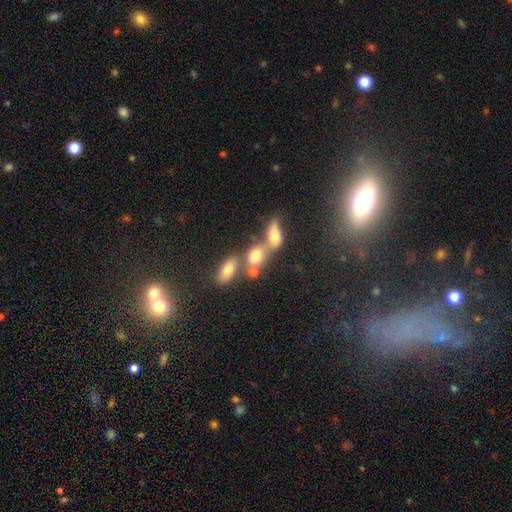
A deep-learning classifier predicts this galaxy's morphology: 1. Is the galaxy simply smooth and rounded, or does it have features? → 63% smooth, 19% star or artifact, 18% featured or disk.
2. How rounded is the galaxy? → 70% in between, 21% round, 8% cigar-shaped.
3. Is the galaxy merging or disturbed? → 48% merger, 36% none, 10% minor disturbance, 6% major disturbance.